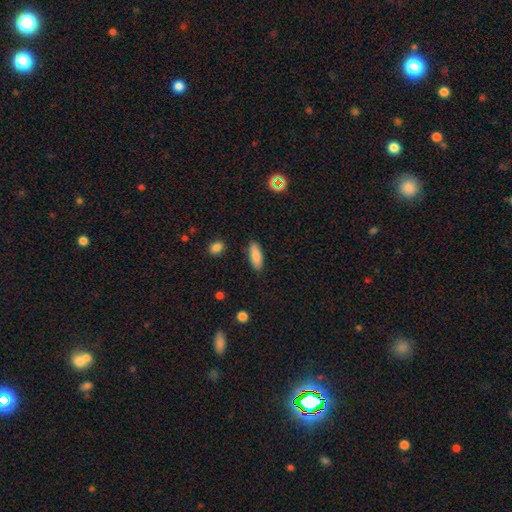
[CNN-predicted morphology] Smooth or featured: smooth — 85% (featured or disk — 8%)
How rounded: in between — 69% (cigar-shaped — 28%)
Merging: none — 86% (minor disturbance — 10%)